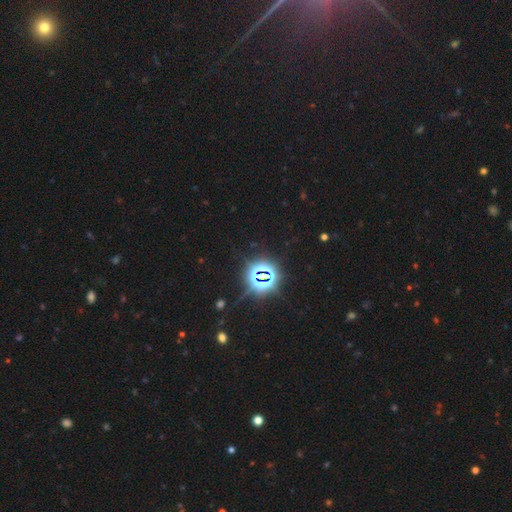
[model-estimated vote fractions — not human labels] Overall: star or artifact (84%).